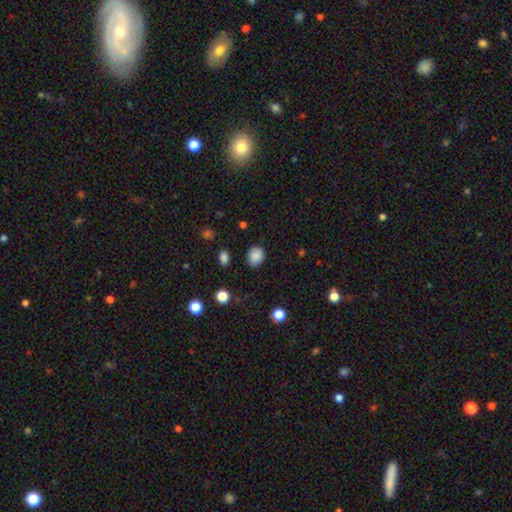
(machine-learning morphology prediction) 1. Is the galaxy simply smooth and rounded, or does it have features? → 86% smooth, 10% star or artifact, 4% featured or disk.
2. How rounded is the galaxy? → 58% round, 41% in between, 1% cigar-shaped.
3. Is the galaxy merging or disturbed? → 83% none, 12% minor disturbance, 3% major disturbance, 2% merger.